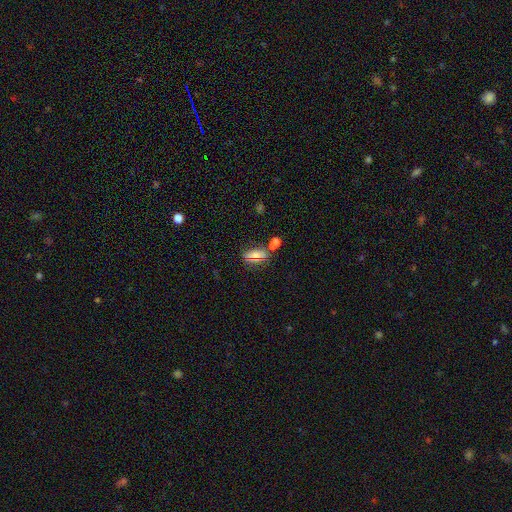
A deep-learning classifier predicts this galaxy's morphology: type=smooth (53%); roundness=in between (75%); merging=none (64%).